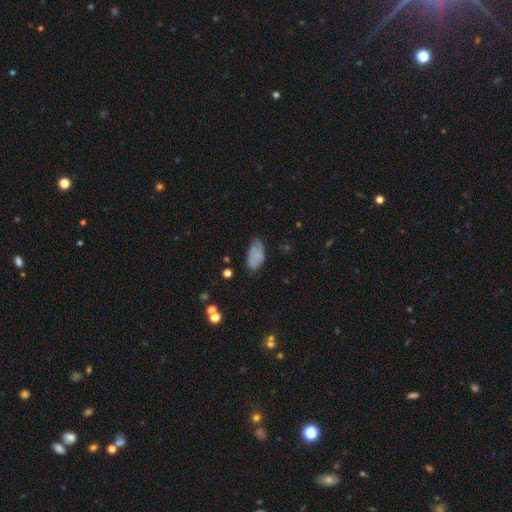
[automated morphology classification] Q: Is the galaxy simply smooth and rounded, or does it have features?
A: smooth — 66%.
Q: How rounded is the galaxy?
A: in between — 93%.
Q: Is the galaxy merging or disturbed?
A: none — 62%.